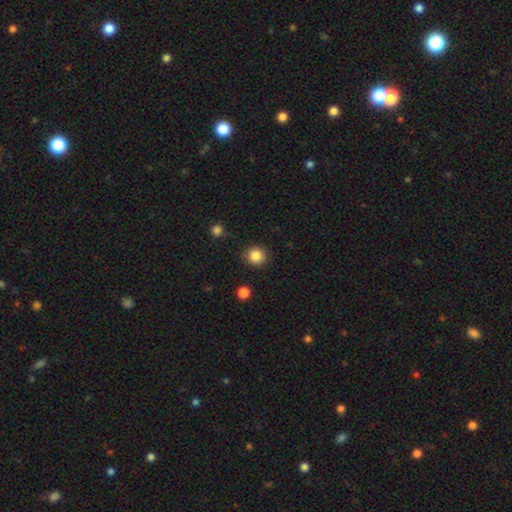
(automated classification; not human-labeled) Smooth or featured: smooth — 86% (star or artifact — 10%)
How rounded: round — 91% (in between — 8%)
Merging: none — 88% (minor disturbance — 8%)